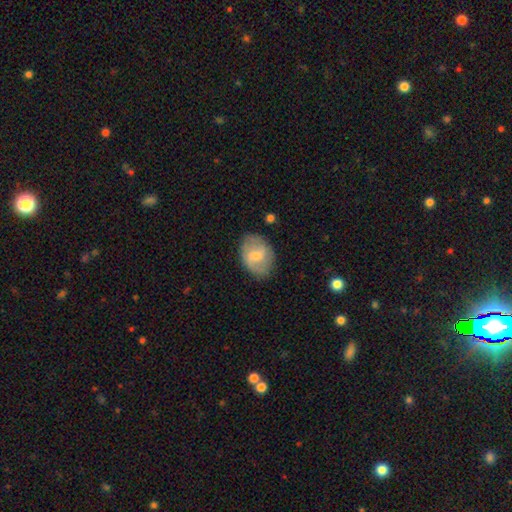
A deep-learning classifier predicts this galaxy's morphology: This appears to be a featured or disk galaxy (49%). Merging: none (77%).